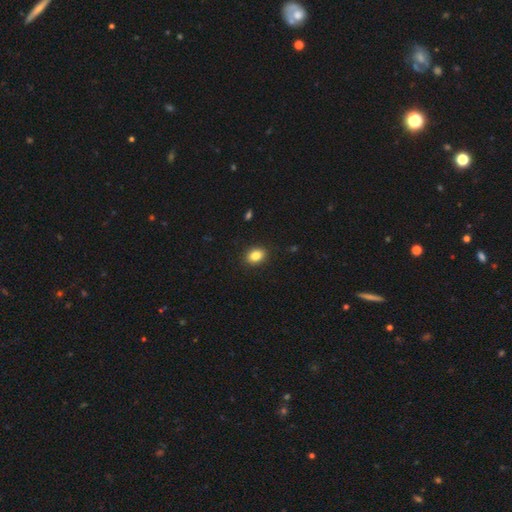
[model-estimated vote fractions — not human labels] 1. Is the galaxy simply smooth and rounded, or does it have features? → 84% smooth, 9% star or artifact, 6% featured or disk.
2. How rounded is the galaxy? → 67% in between, 32% round, 1% cigar-shaped.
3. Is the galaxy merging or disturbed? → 90% none, 7% minor disturbance, 2% major disturbance, 1% merger.